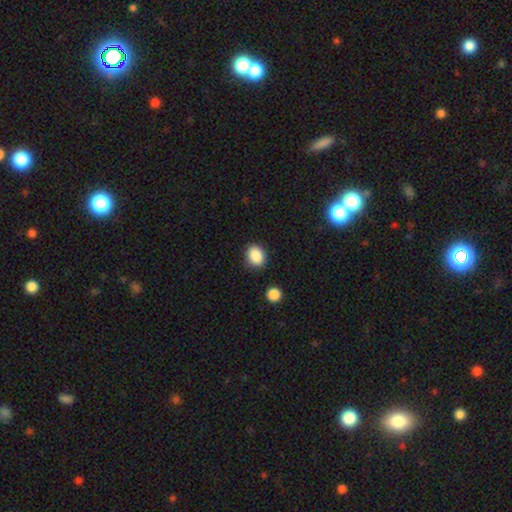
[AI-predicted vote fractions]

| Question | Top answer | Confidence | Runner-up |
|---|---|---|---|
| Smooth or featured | smooth | 88% | star or artifact (9%) |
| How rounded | in between | 53% | round (46%) |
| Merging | none | 85% | minor disturbance (10%) |